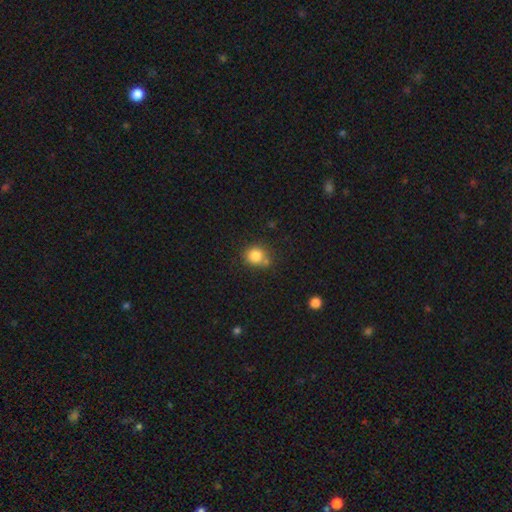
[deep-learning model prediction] Overall: smooth (83%). How rounded: round (81%). Merging: none (65%).